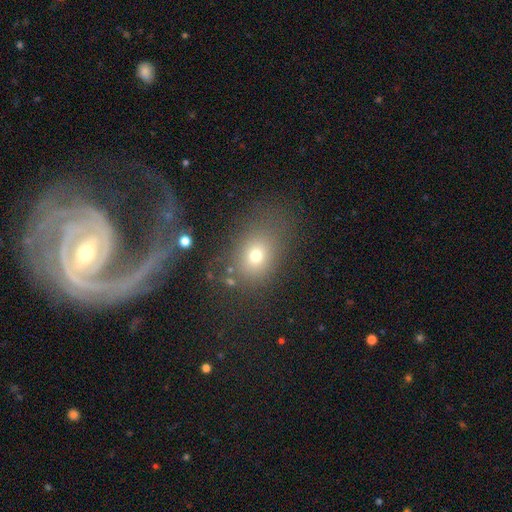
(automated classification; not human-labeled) This appears to be a smooth galaxy with no disk features (70%) that is in between round and cigar-shaped (59%). Merging: none (68%).